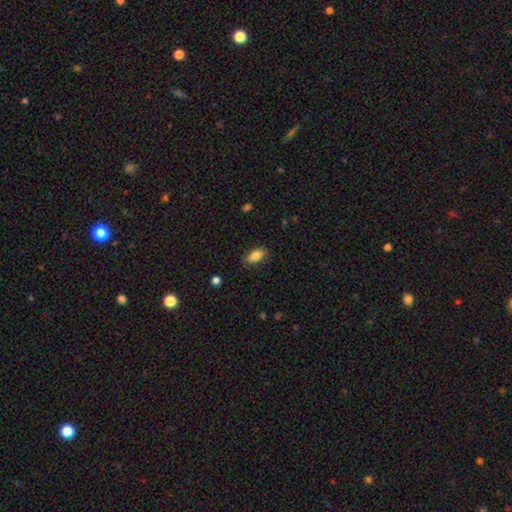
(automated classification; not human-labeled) Smooth or featured? smooth (84%)
How rounded? in between (87%)
Merging? none (85%)